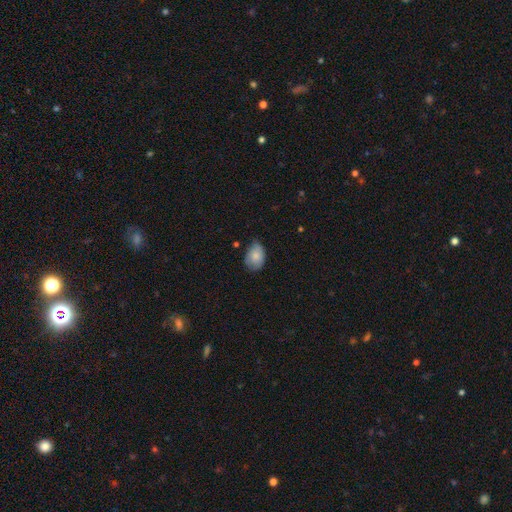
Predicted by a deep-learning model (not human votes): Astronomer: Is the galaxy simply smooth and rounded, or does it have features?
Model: smooth — 79%.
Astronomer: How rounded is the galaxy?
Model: in between — 79%.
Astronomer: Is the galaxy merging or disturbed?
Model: none — 54% (runner-up: minor disturbance, 38%).